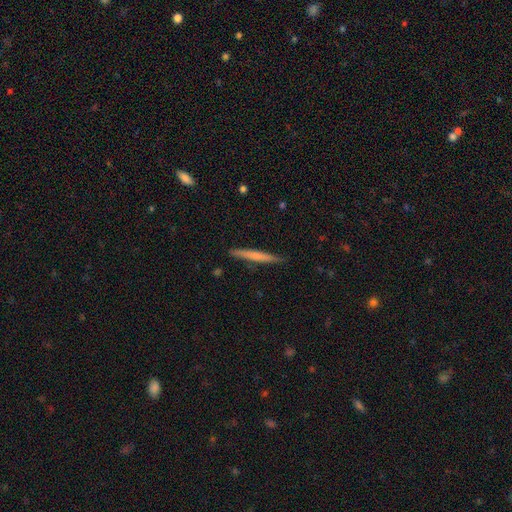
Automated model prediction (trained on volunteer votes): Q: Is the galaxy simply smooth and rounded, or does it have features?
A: smooth — 58%.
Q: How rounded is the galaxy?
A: cigar-shaped — 96%.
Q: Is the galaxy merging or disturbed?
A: none — 88%.